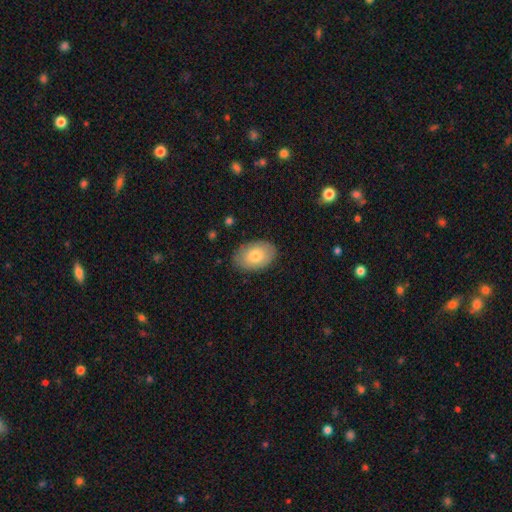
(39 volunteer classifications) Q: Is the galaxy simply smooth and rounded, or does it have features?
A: smooth — 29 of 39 (74%).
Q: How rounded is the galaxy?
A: in between — 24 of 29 (83%).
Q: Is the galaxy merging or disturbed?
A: none — 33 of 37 (89%).